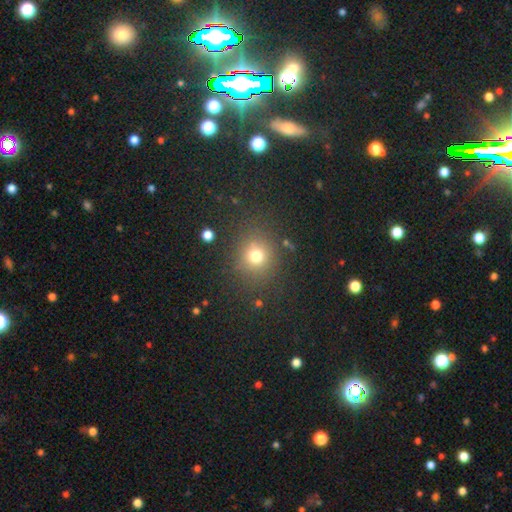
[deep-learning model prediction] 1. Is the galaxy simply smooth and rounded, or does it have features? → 73% smooth, 19% star or artifact, 8% featured or disk.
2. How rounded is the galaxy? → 81% round, 18% in between, 1% cigar-shaped.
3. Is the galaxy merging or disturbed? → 83% none, 9% minor disturbance, 5% major disturbance, 3% merger.